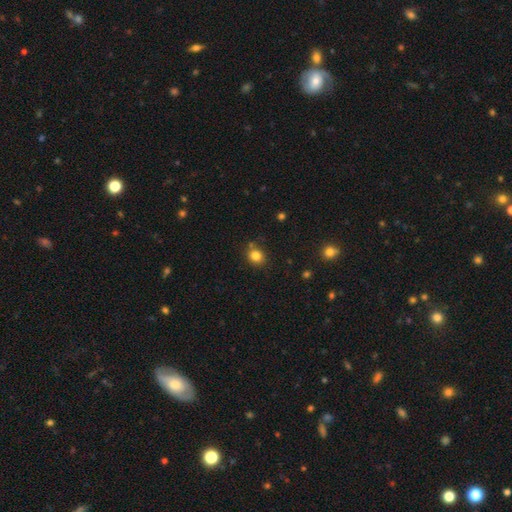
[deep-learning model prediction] This appears to be a smooth galaxy with no disk features (82%) that is round (75%). Merging: none (79%).